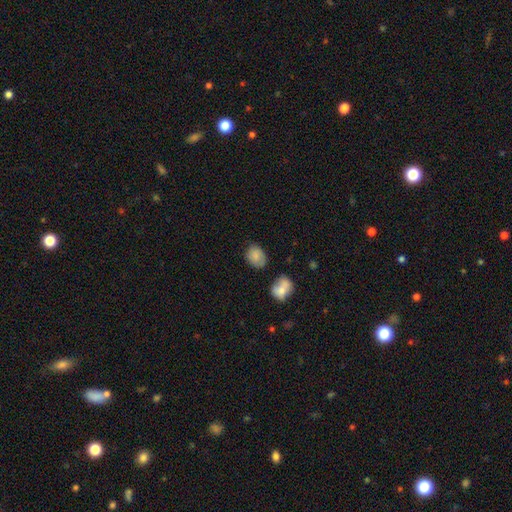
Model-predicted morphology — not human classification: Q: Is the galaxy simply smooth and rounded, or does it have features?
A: smooth — 83%.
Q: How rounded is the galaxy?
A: in between — 61%.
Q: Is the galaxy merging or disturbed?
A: none — 67%.